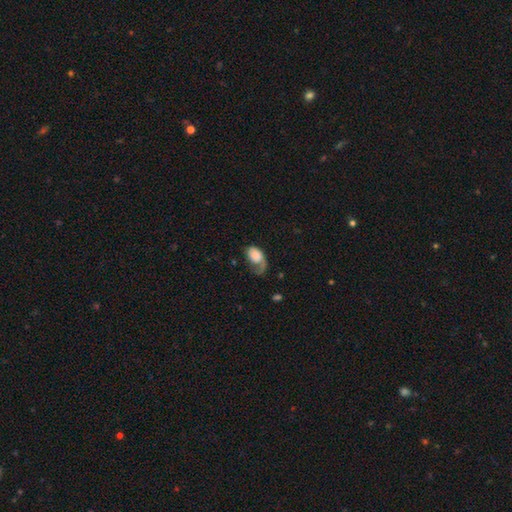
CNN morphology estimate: smooth-or-featured: smooth: 57% | featured or disk: 36% | star or artifact: 7%
  how-rounded: in between: 85% | round: 13% | cigar-shaped: 2%
  merging: major disturbance: 50% | none: 24% | minor disturbance: 21% | merger: 5%